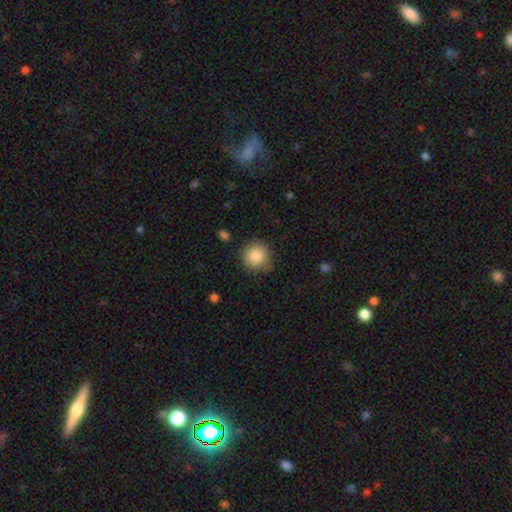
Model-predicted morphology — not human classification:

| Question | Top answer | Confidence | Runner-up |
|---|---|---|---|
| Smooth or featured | smooth | 85% | star or artifact (9%) |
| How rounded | round | 92% | in between (7%) |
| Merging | none | 78% | minor disturbance (16%) |